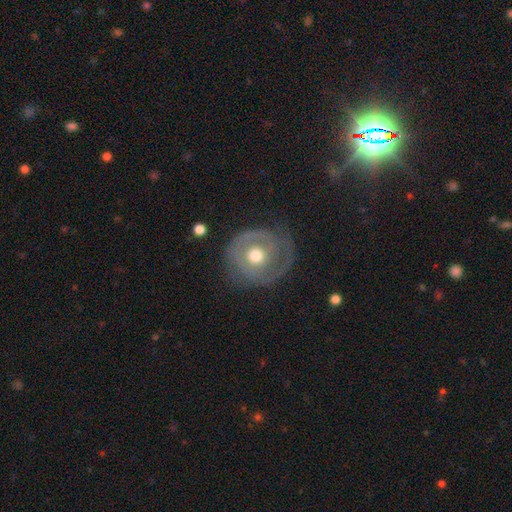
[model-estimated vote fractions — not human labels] Morphology: type=featured or disk (61%); edge-on=no (96%); bar=no (83%); spiral arms=yes (54%); bulge=moderate (76%); merging=none (62%).